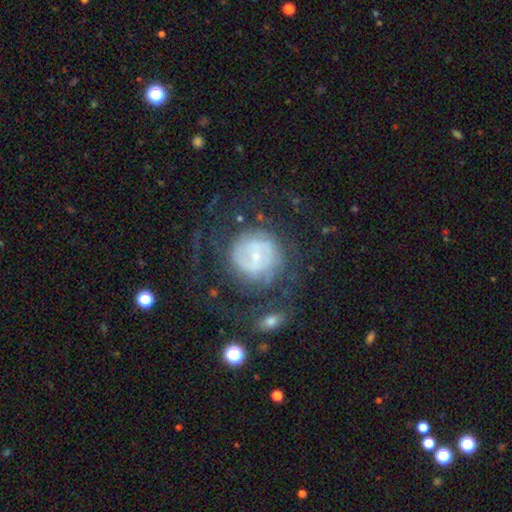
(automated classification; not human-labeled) smooth_or_featured: featured or disk (p=0.71) [alt: smooth p=0.21]
disk_edge_on: no (p=0.97) [alt: yes p=0.03]
bar: weak (p=0.44) [alt: no p=0.43]
has_spiral_arms: yes (p=0.79) [alt: no p=0.21]
spiral_winding: tight (p=0.48) [alt: medium p=0.33]
spiral_arm_count: 2 (p=0.42) [alt: can't tell p=0.37]
bulge_size: small (p=0.70) [alt: moderate p=0.20]
merging: none (p=0.58) [alt: major disturbance p=0.23]